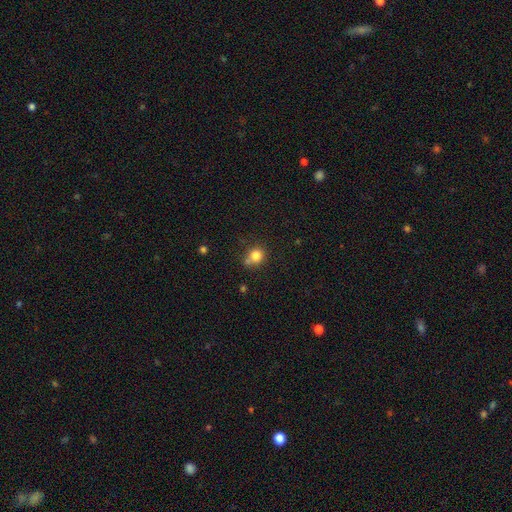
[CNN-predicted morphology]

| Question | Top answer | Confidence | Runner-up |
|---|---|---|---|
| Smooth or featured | smooth | 80% | star or artifact (12%) |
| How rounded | round | 80% | in between (19%) |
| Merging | none | 58% | minor disturbance (19%) |